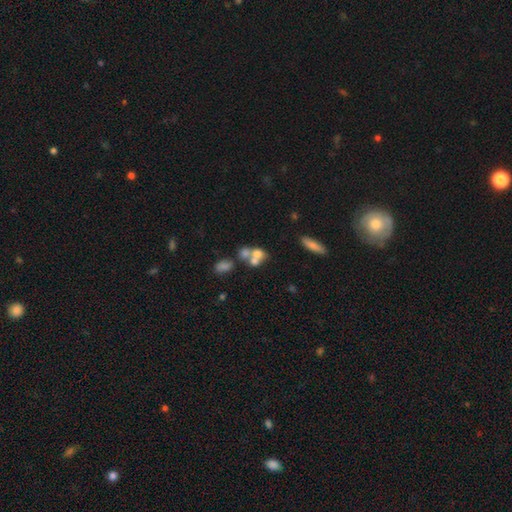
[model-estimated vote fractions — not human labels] Q: Smooth or featured?
A: smooth (59%); runner-up: featured or disk (28%)
Q: How rounded?
A: round (51%); runner-up: in between (46%)
Q: Merging?
A: merger (60%); runner-up: none (26%)